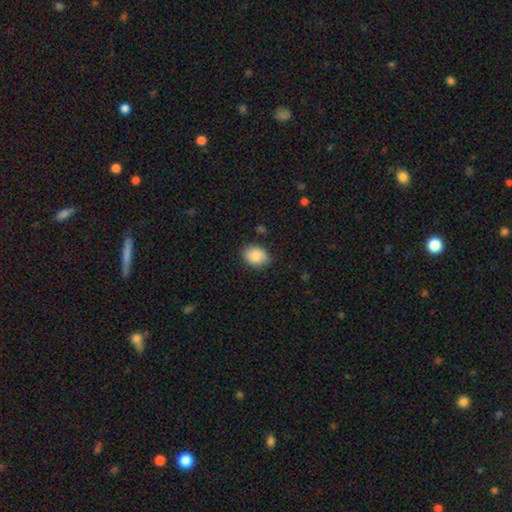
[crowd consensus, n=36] Morphology: type=smooth (92%); roundness=in between (70%); merging=none (85%).